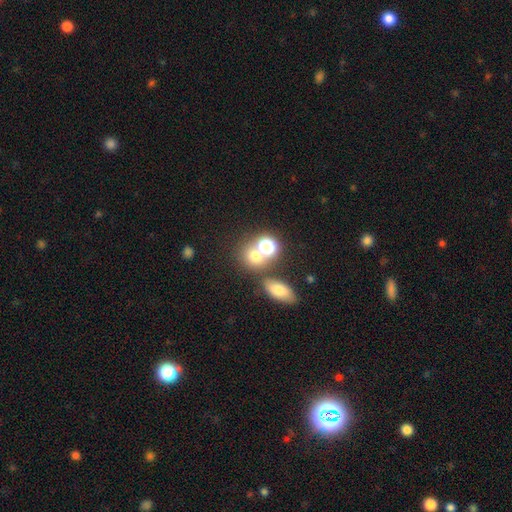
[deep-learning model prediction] Smooth or featured? Predicted: smooth (p=0.68). How rounded? Predicted: round (p=0.73). Merging? Predicted: none (p=0.54).